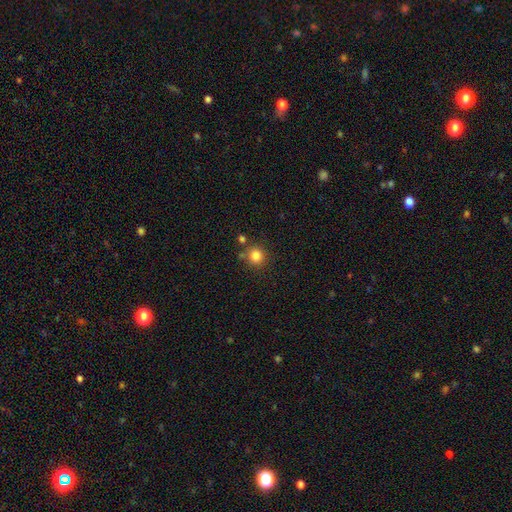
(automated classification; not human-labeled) This is clearly a smooth galaxy (83%). How rounded: clearly round (93%). Merging: likely none (80%).